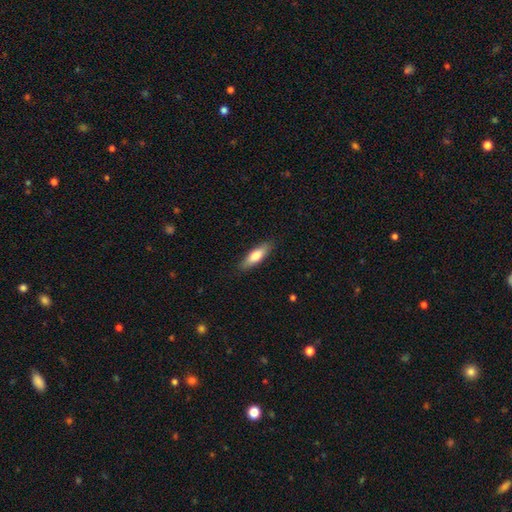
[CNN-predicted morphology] smooth_or_featured: smooth (p=0.73) [alt: featured or disk p=0.21]
how_rounded: cigar-shaped (p=0.50) [alt: in between p=0.48]
merging: none (p=0.87) [alt: minor disturbance p=0.10]